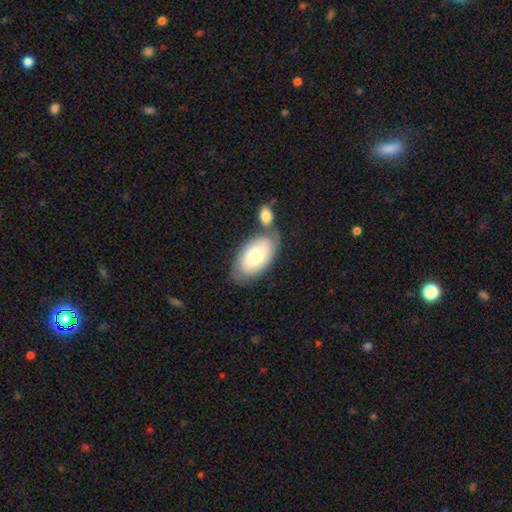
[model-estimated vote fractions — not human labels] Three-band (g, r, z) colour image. It shows a smooth galaxy with no disk features (68%) that is in between round and cigar-shaped (94%). Merging: none (51%).